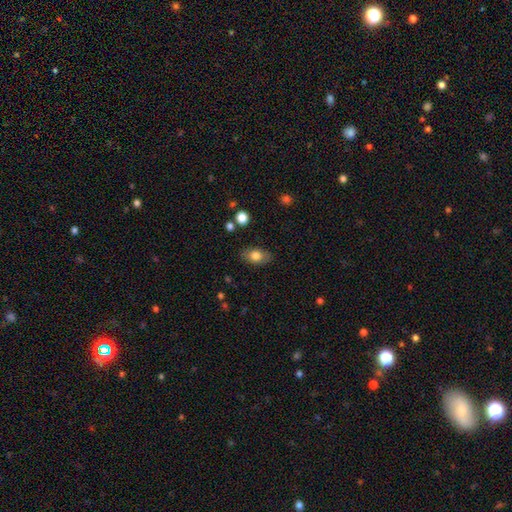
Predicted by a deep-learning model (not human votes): This is likely a smooth galaxy (78%). How rounded: clearly in between (87%). Merging: clearly none (84%).